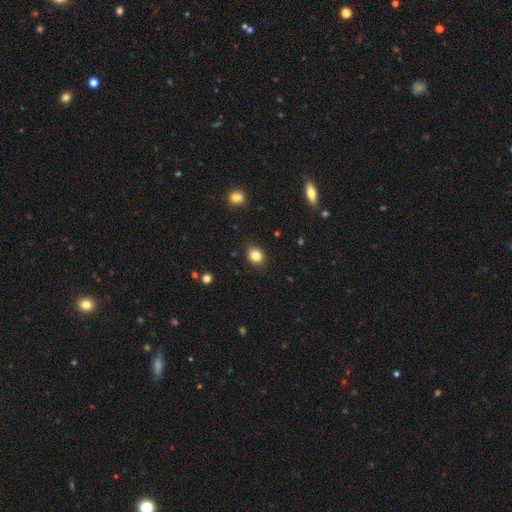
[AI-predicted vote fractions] Smooth or featured? Predicted: smooth (p=0.83). How rounded? Predicted: round (p=0.68). Merging? Predicted: none (p=0.88).